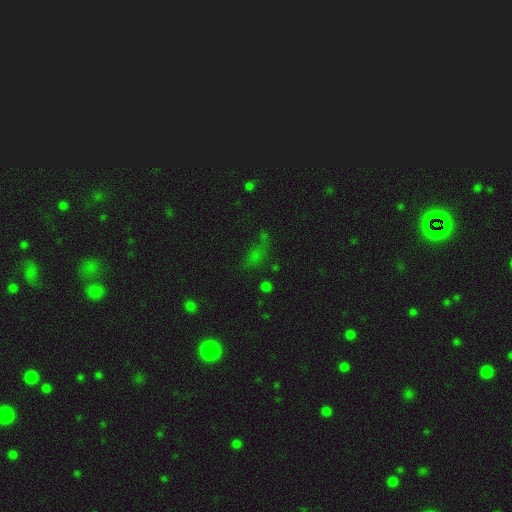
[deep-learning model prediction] A smooth galaxy with no disk features (49%). Merging: none (47%).